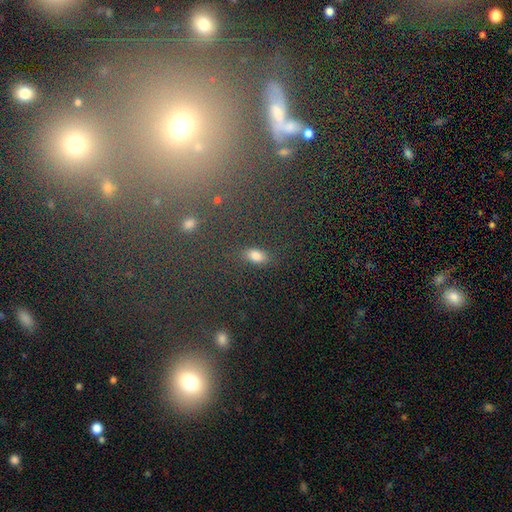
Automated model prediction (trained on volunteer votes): Smooth or featured? smooth (77%)
How rounded? in between (86%)
Merging? none (82%)